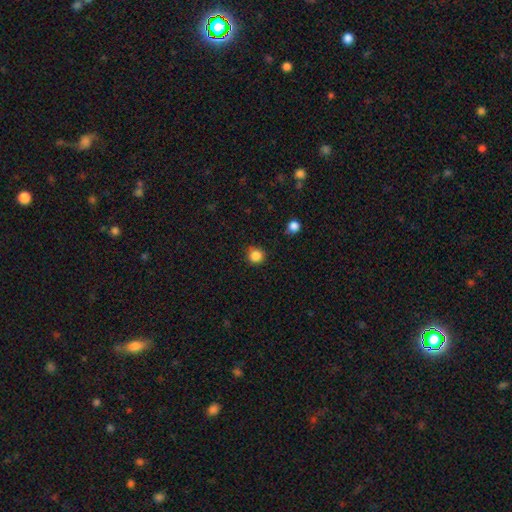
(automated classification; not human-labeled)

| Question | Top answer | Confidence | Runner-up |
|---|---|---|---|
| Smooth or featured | smooth | 85% | star or artifact (11%) |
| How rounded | round | 92% | in between (7%) |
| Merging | none | 88% | minor disturbance (9%) |